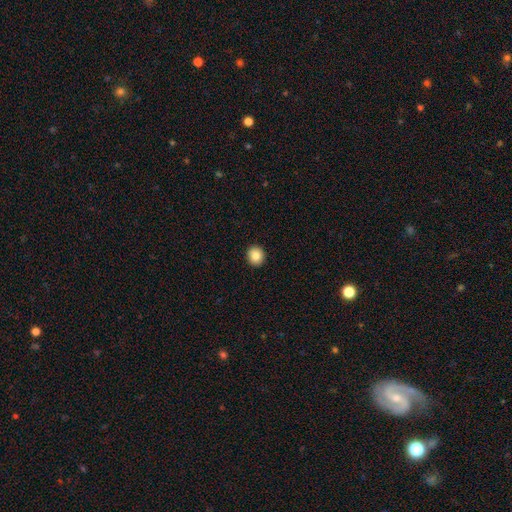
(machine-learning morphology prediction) Overall: smooth (85%). How rounded: round (85%). Merging: none (93%).